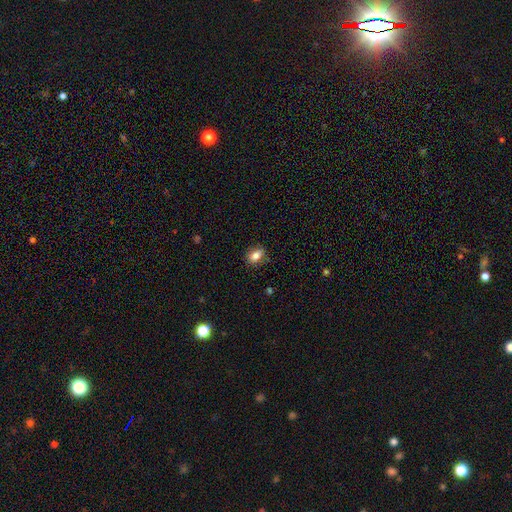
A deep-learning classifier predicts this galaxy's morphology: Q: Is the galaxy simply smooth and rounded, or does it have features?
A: smooth — 79%.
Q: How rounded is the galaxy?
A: in between — 73%.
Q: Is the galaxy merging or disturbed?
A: none — 84%.